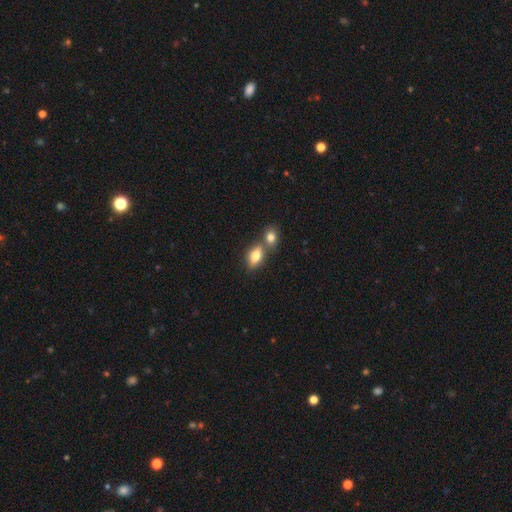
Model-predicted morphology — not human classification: smooth-or-featured: smooth: 76% | featured or disk: 16% | star or artifact: 8%
  how-rounded: in between: 82% | round: 11% | cigar-shaped: 7%
  merging: none: 44% (tied) | merger: 44% (tied) | minor disturbance: 9% | major disturbance: 3%